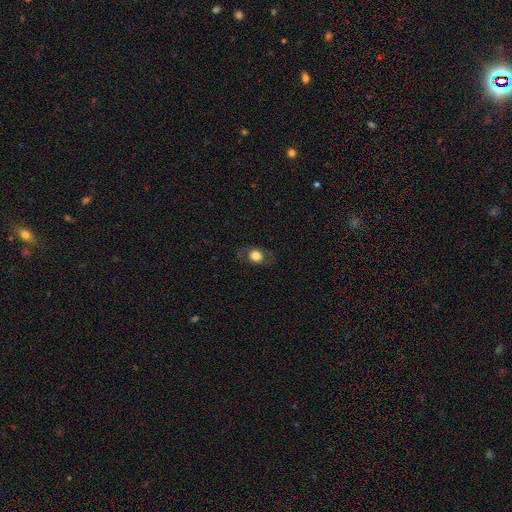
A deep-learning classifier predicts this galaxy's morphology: Q: Smooth or featured?
A: smooth (69%); runner-up: featured or disk (21%)
Q: How rounded?
A: round (57%); runner-up: in between (41%)
Q: Merging?
A: none (79%); runner-up: minor disturbance (13%)